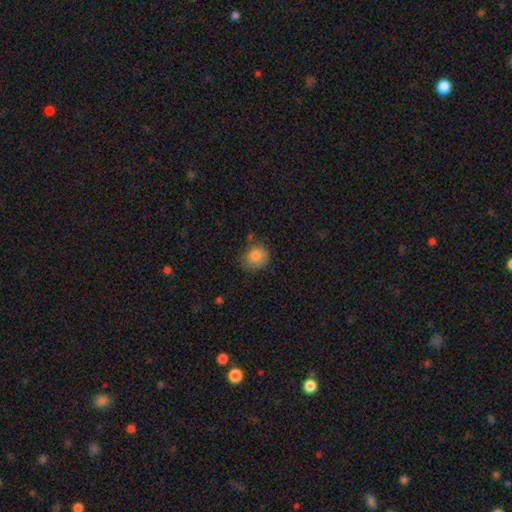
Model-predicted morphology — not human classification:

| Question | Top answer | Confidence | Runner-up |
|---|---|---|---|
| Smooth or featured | smooth | 85% | star or artifact (9%) |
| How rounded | round | 78% | in between (21%) |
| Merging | none | 71% | minor disturbance (21%) |